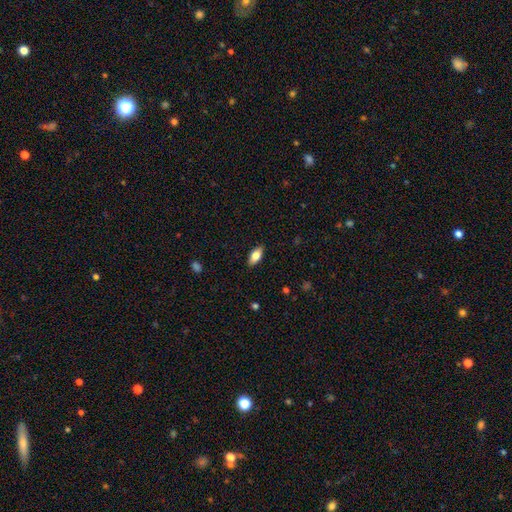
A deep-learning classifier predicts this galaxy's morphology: The model was most divided on "smooth or featured": smooth: 74%, featured or disk: 19%, star or artifact: 7%. More confident: merging — none (88%); how rounded — in between (84%).